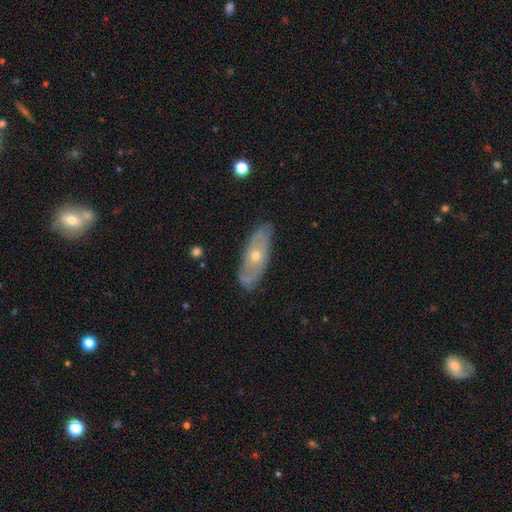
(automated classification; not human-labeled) smooth-or-featured: featured or disk: 62% | smooth: 32% | star or artifact: 7%
  disk-edge-on: no: 75% | yes: 25%
  merging: none: 78% | minor disturbance: 17% | major disturbance: 3% | merger: 1%